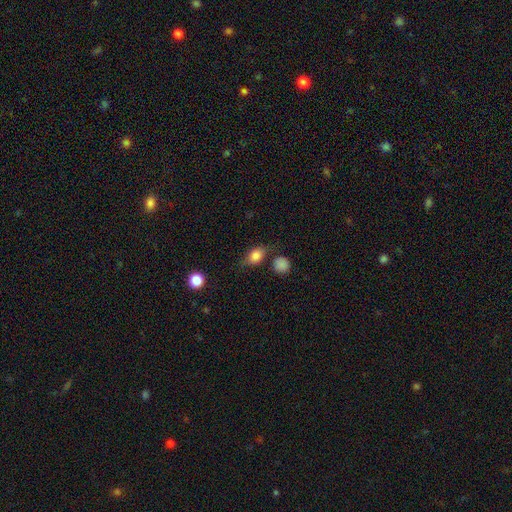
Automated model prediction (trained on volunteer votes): Overall: smooth (74%). How rounded: in between (63%; round 32%). Merging: none (66%).